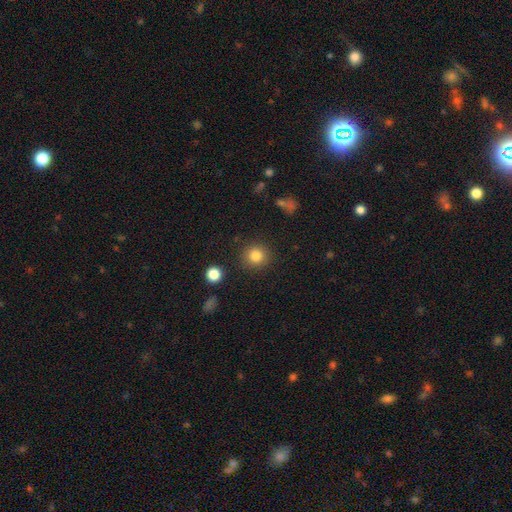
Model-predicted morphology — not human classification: Q: Smooth or featured?
A: smooth (83%); runner-up: star or artifact (11%)
Q: How rounded?
A: round (92%); runner-up: in between (7%)
Q: Merging?
A: none (89%); runner-up: minor disturbance (6%)